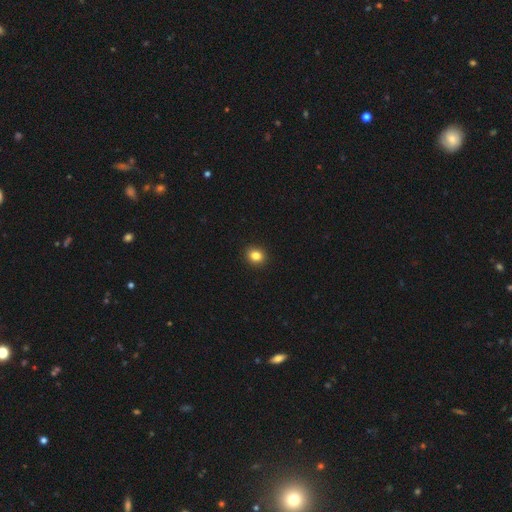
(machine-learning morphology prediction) Q: Smooth or featured?
A: smooth (84%); runner-up: star or artifact (11%)
Q: How rounded?
A: round (71%); runner-up: in between (28%)
Q: Merging?
A: none (93%); runner-up: minor disturbance (5%)